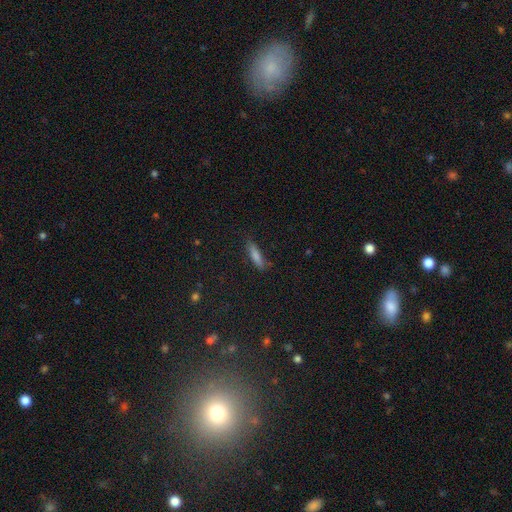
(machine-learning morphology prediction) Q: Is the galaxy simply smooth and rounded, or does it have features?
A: smooth — 77%.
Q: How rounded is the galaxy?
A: cigar-shaped — 73%.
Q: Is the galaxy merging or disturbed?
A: none — 82%.